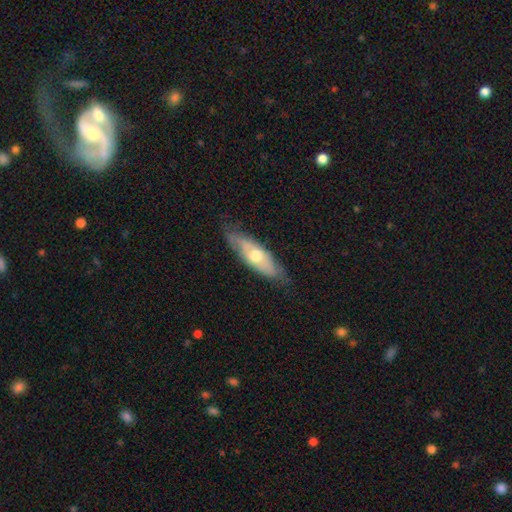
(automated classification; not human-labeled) Morphology: type=featured or disk (50%); merging=none (73%).